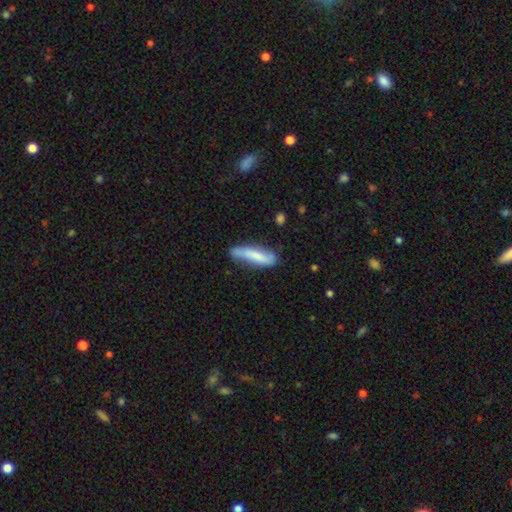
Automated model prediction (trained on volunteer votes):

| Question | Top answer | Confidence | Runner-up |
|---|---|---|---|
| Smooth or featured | smooth | 70% | featured or disk (23%) |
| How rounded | cigar-shaped | 75% | in between (24%) |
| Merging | none | 62% | minor disturbance (28%) |